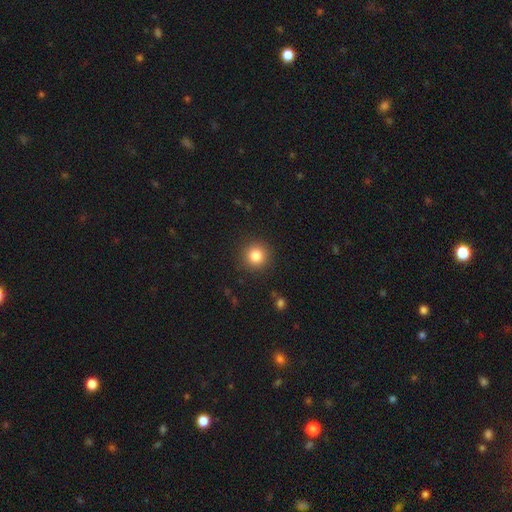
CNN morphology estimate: This is clearly a smooth galaxy (83%). How rounded: clearly round (94%). Merging: clearly none (91%).